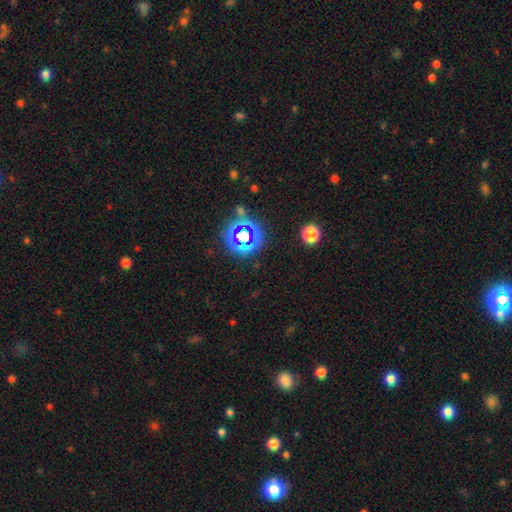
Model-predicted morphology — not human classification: A smooth galaxy with no disk features (47%). Merging: none (87%).